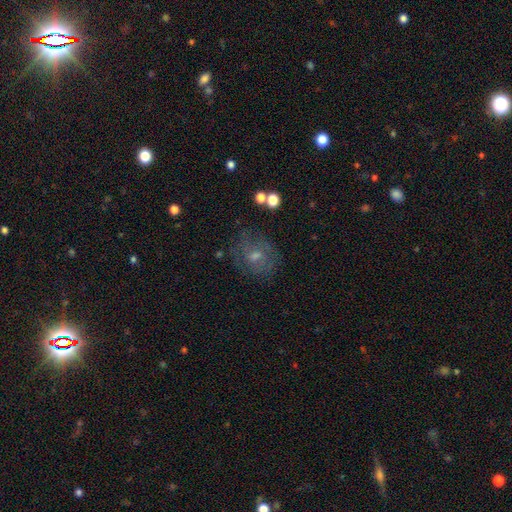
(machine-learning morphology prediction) Overall: smooth (43%; featured or disk 41%). Merging: none (66%).